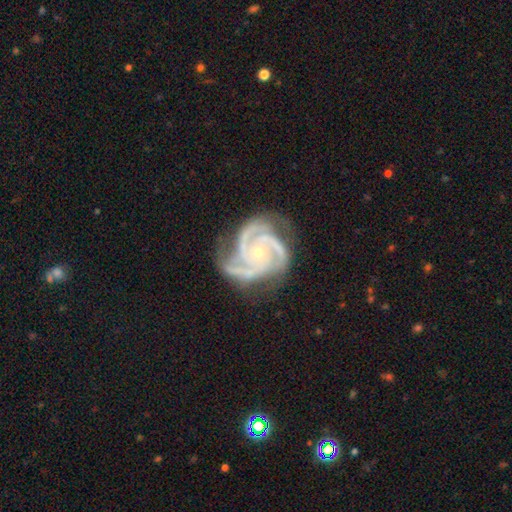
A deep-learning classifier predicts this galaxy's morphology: A featured or disk galaxy (92%) with no bar (71%), 3 (67%) tight (62%) spiral arms (99%) and a small central bulge (72%). Merging: none (72%).